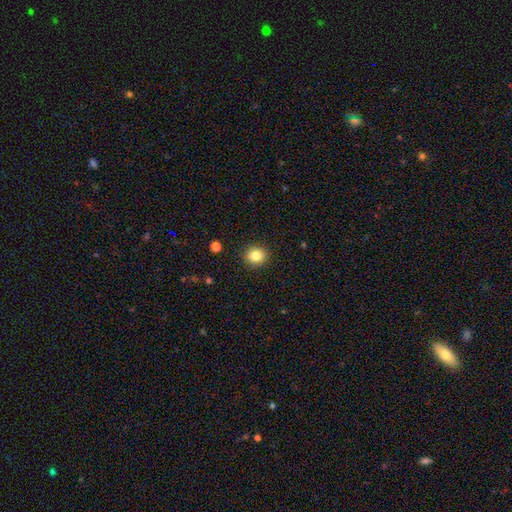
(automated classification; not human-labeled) Smooth or featured: smooth — 84% (star or artifact — 10%)
How rounded: round — 82% (in between — 18%)
Merging: none — 91% (minor disturbance — 6%)